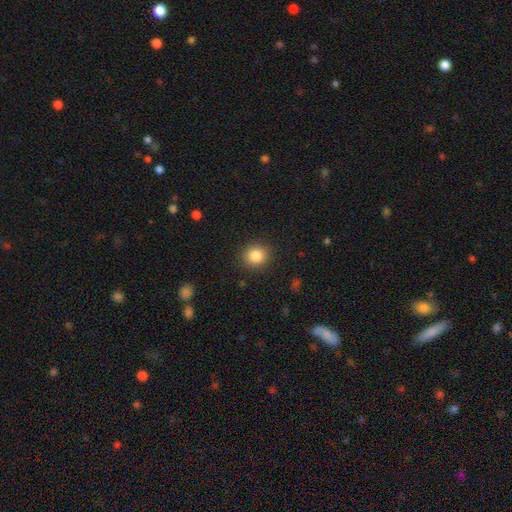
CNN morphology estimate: Overall: smooth (84%). How rounded: round (83%). Merging: none (89%).